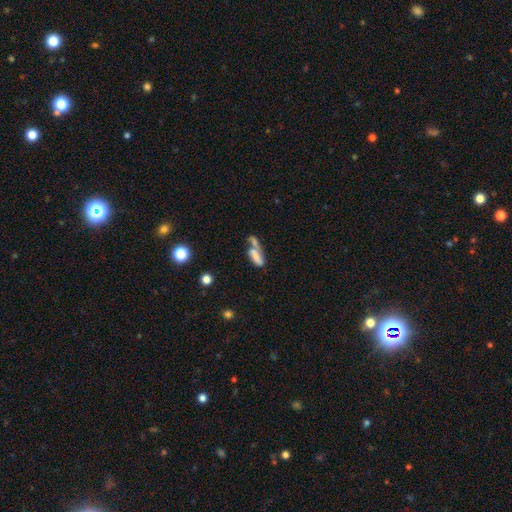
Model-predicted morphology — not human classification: The model was most divided on "how rounded": in between: 57%, cigar-shaped: 39%, round: 4%. More confident: smooth or featured — smooth (67%); merging — merger (50%).